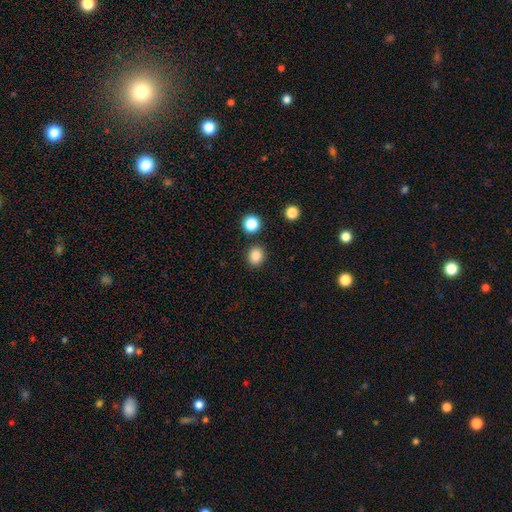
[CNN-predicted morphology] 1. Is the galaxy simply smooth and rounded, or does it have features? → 85% smooth, 11% star or artifact, 4% featured or disk.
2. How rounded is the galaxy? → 67% round, 32% in between, 1% cigar-shaped.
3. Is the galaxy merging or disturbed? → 87% none, 7% minor disturbance, 3% merger, 2% major disturbance.